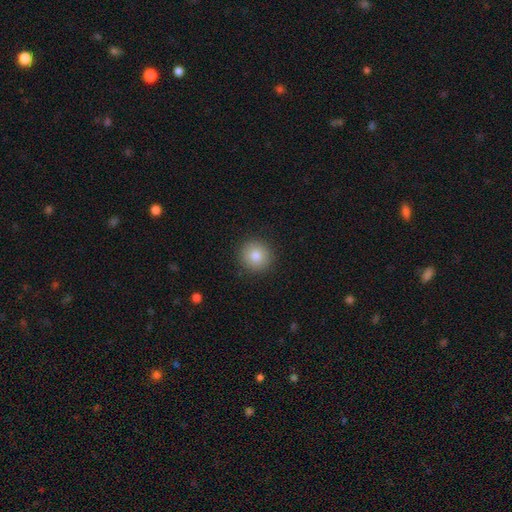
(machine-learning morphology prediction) A smooth galaxy with no disk features (82%) that is round (93%). Merging: none (91%).